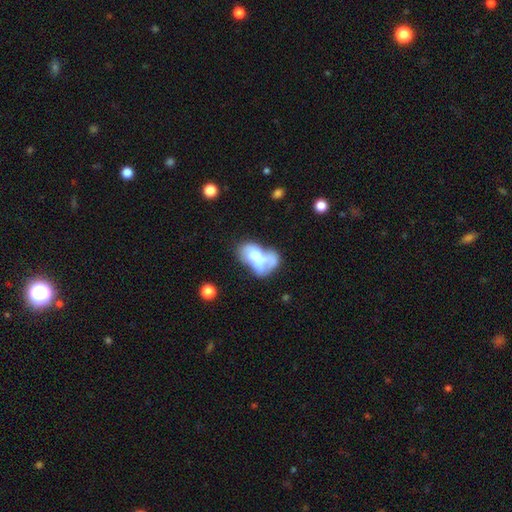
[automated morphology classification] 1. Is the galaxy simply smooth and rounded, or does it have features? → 50% smooth, 41% featured or disk, 9% star or artifact.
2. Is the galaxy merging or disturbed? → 49% merger, 24% major disturbance, 15% none, 13% minor disturbance.